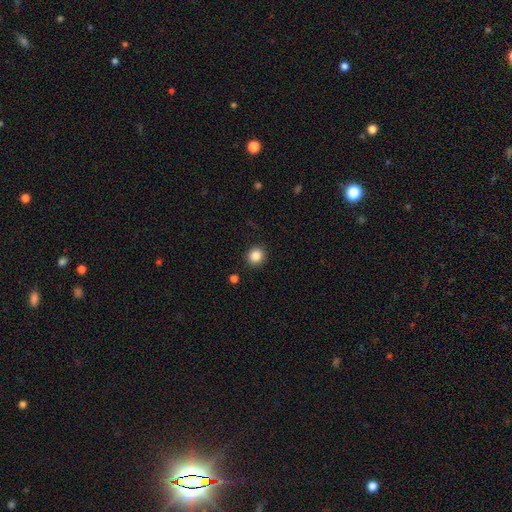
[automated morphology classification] Smooth or featured: smooth — 86% (star or artifact — 11%)
How rounded: round — 92% (in between — 7%)
Merging: none — 91% (minor disturbance — 6%)